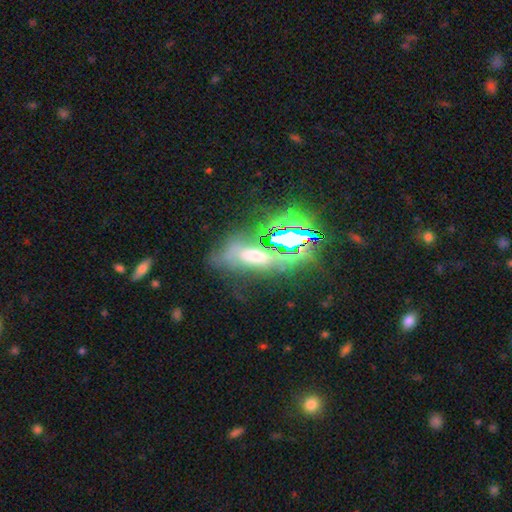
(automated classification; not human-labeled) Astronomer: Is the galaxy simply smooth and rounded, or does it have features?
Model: star or artifact — 43% (runner-up: smooth, 33%).